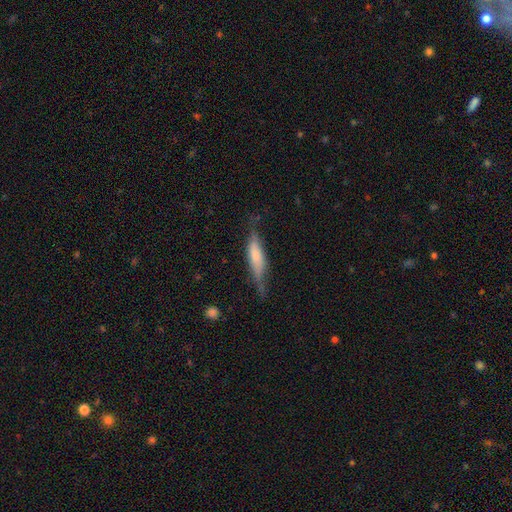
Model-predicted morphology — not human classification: This appears to be a smooth galaxy with no disk features (55%) that is cigar-shaped (72%). Merging: none (55%).